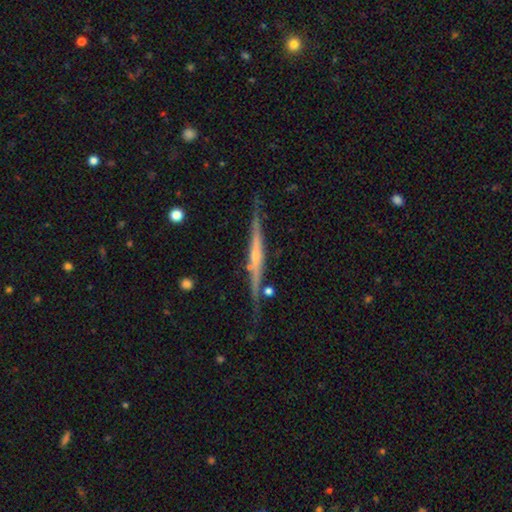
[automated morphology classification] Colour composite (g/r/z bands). It shows a featured or disk galaxy (78%) viewed edge-on (97%) with a rounded central bulge (55%). Merging: none (80%).